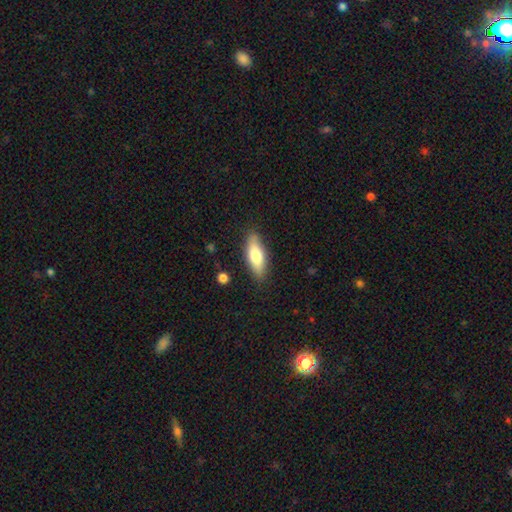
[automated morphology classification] Smooth or featured?
  - smooth: 71% *
  - featured or disk: 23%
  - star or artifact: 6%
How rounded?
  - in between: 65% *
  - cigar-shaped: 33%
  - round: 2%
Merging?
  - none: 83% *
  - minor disturbance: 13%
  - major disturbance: 3%
  - merger: 2%